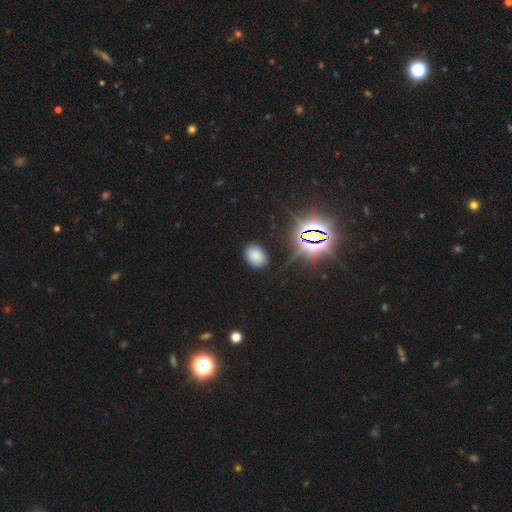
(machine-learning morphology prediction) A smooth galaxy with no disk features (71%) that is in between round and cigar-shaped (76%).

Vote fractions:
- Smooth or featured? smooth: 71% / star or artifact: 23% / featured or disk: 7%
- How rounded? in between: 76% / round: 23% / cigar-shaped: 1%
- Merging? none: 83% / minor disturbance: 12% / major disturbance: 3% / merger: 2%